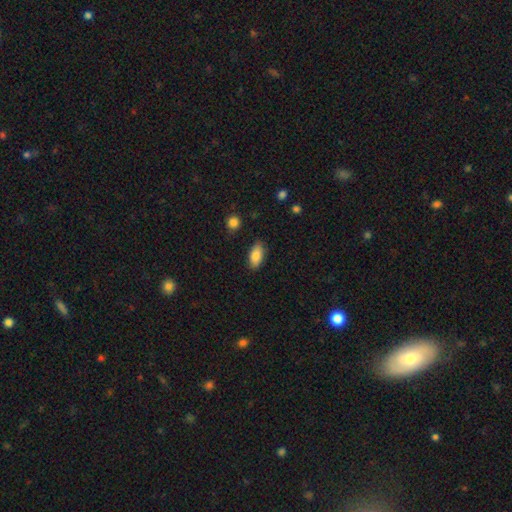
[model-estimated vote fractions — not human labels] Smooth or featured? smooth (84%)
How rounded? in between (90%)
Merging? none (84%)